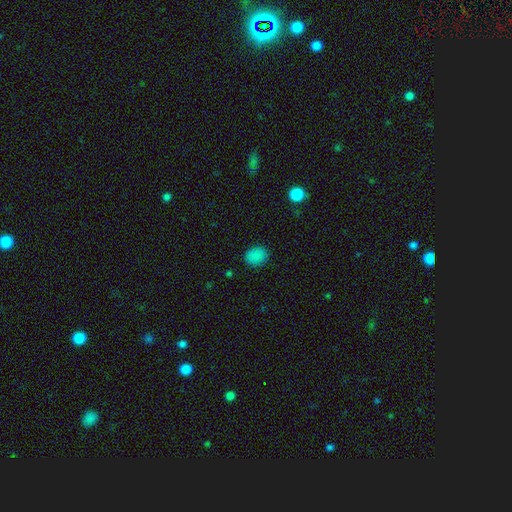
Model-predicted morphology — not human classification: type=smooth (85%); roundness=round (64%); merging=none (87%).